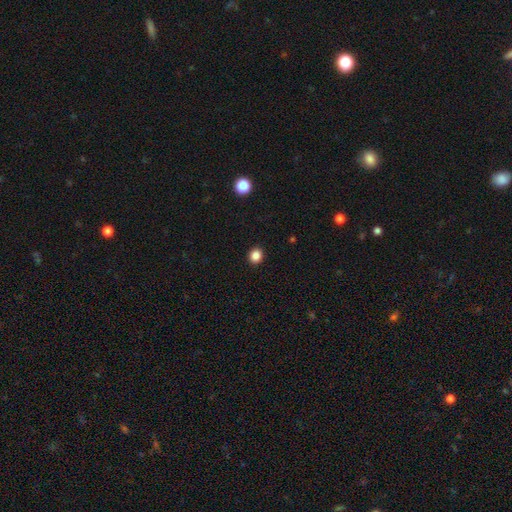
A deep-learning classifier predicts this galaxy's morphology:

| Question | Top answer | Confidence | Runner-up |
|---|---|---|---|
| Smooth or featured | smooth | 85% | star or artifact (12%) |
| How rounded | round | 78% | in between (21%) |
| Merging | none | 92% | minor disturbance (5%) |